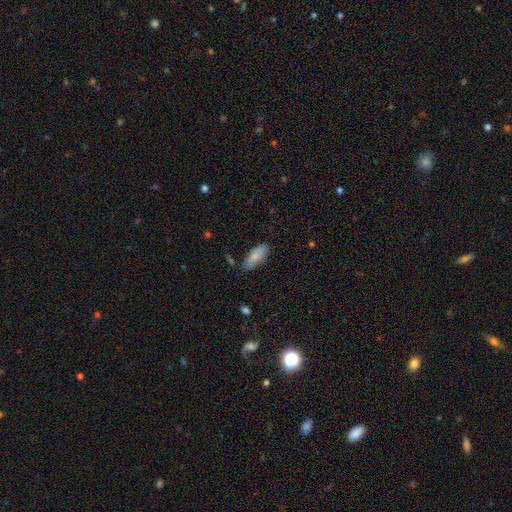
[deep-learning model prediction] This appears to be a smooth galaxy with no disk features (80%) that is in between round and cigar-shaped (76%). Merging: none (81%).